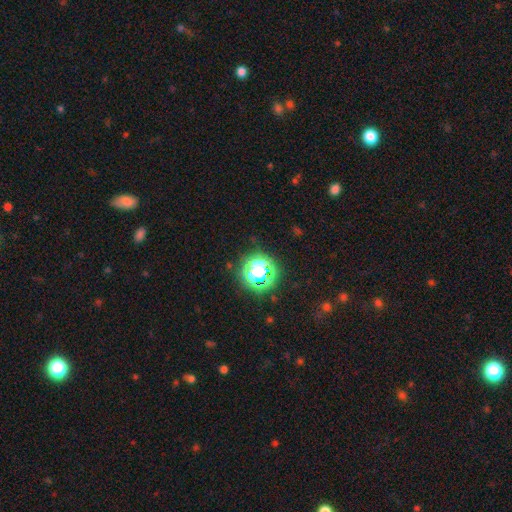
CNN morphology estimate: Smooth or featured? star or artifact (74%)